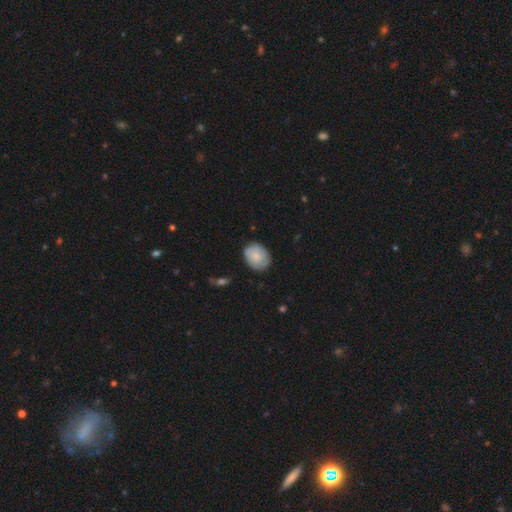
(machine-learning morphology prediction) Smooth or featured: smooth — 71% (featured or disk — 23%)
How rounded: in between — 56% (round — 43%)
Merging: none — 76% (minor disturbance — 19%)